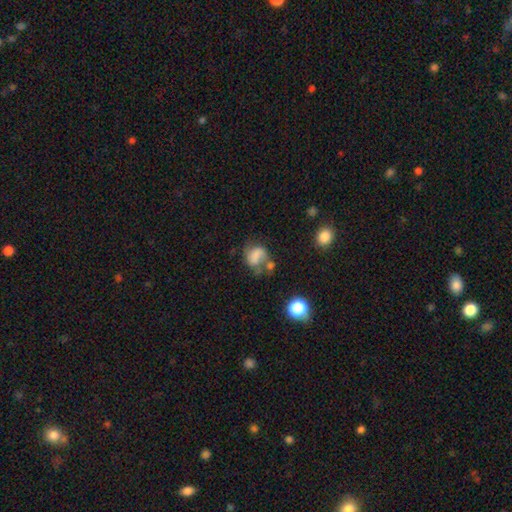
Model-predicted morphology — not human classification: smooth_or_featured: smooth (p=0.58) [alt: featured or disk p=0.29]
how_rounded: in between (p=0.58) [alt: round p=0.40]
merging: none (p=0.31) [alt: major disturbance p=0.26]